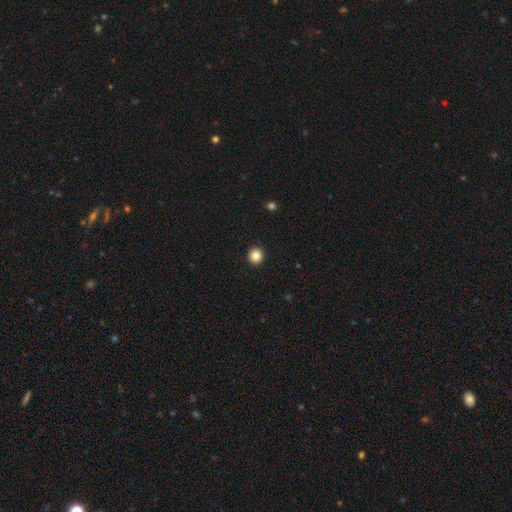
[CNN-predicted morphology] type=smooth (85%); roundness=round (94%); merging=none (94%).